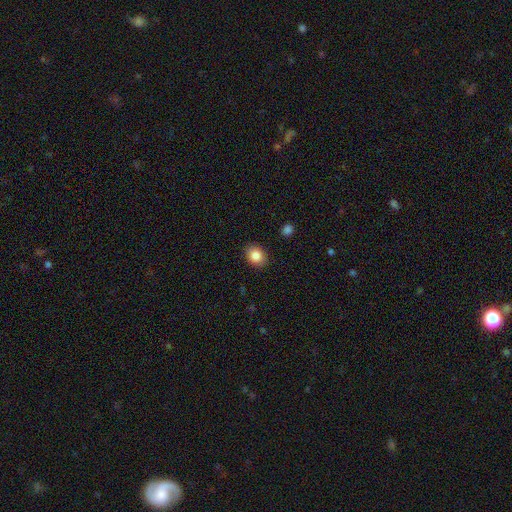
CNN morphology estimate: Smooth or featured: smooth — 85% (star or artifact — 9%)
How rounded: round — 52% (in between — 48%)
Merging: none — 89% (minor disturbance — 8%)